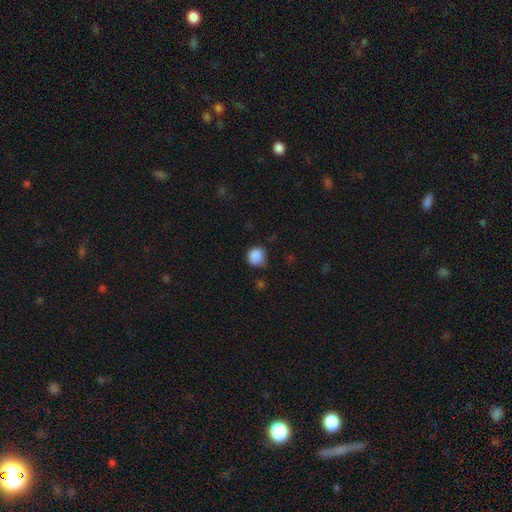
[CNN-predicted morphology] smooth-or-featured: smooth: 87% | star or artifact: 9% | featured or disk: 3%
  how-rounded: round: 91% | in between: 8% | cigar-shaped: 1%
  merging: none: 69% | minor disturbance: 24% | major disturbance: 5% | merger: 2%